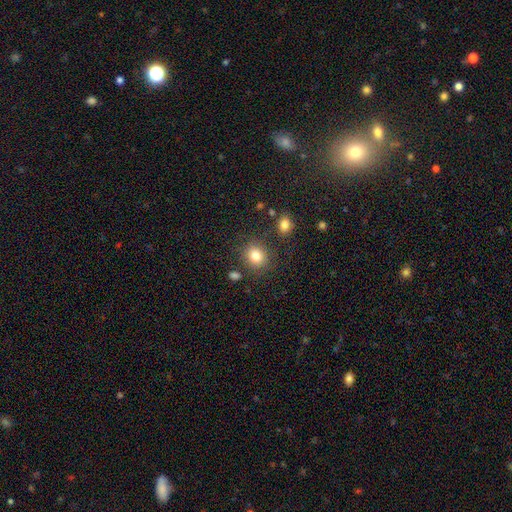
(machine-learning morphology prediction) Smooth or featured?
  - smooth: 83% *
  - star or artifact: 10%
  - featured or disk: 7%
How rounded?
  - round: 79% *
  - in between: 20%
  - cigar-shaped: 1%
Merging?
  - none: 81% *
  - minor disturbance: 10%
  - merger: 5%
  - major disturbance: 4%